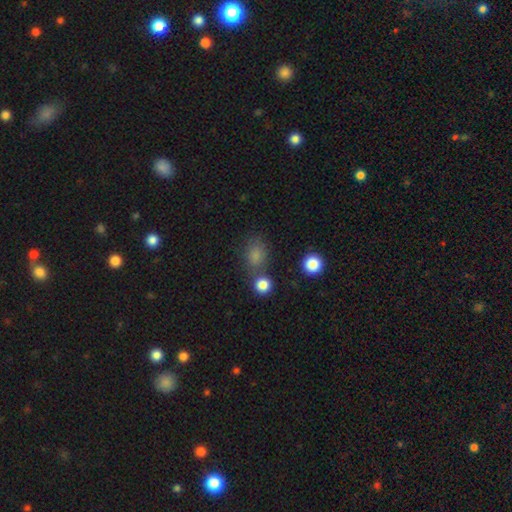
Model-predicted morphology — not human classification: A smooth galaxy with no disk features (79%) that is in between round and cigar-shaped (58%). Merging: none (63%).